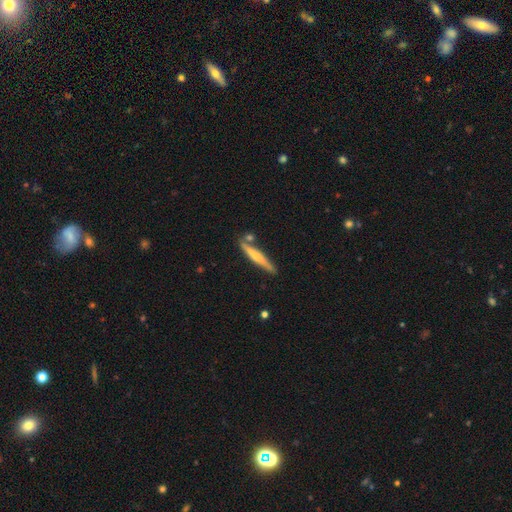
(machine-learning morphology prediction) Q: Smooth or featured?
A: smooth (50%); runner-up: featured or disk (44%)
Q: How rounded?
A: cigar-shaped (93%); runner-up: in between (5%)
Q: Merging?
A: none (78%); runner-up: minor disturbance (12%)